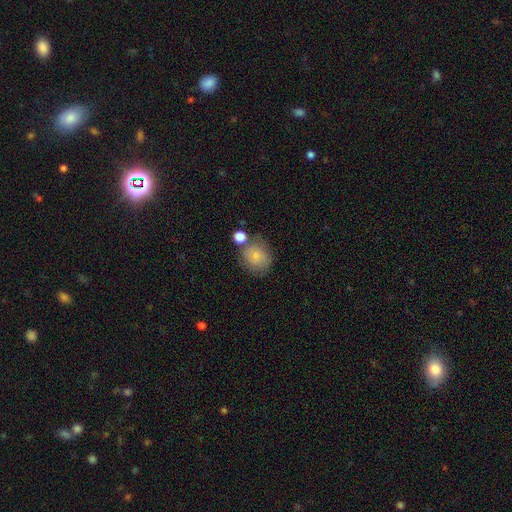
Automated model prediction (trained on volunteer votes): smooth_or_featured: smooth (p=0.80) [alt: featured or disk p=0.12]
how_rounded: round (p=0.79) [alt: in between p=0.20]
merging: none (p=0.58) [alt: minor disturbance p=0.18]